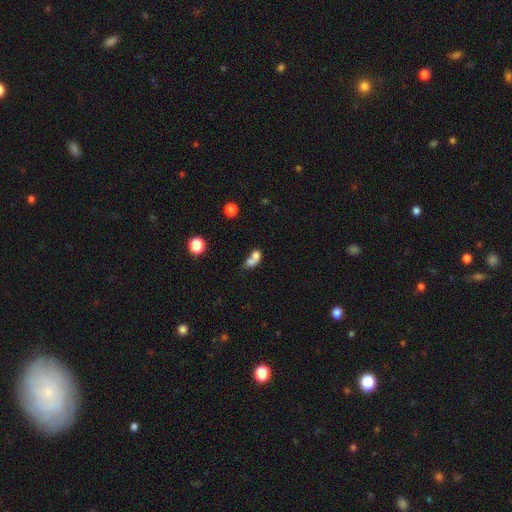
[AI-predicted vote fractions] This appears to be a smooth galaxy with no disk features (69%) that is in between round and cigar-shaped (57%). Merging: merger (68%).